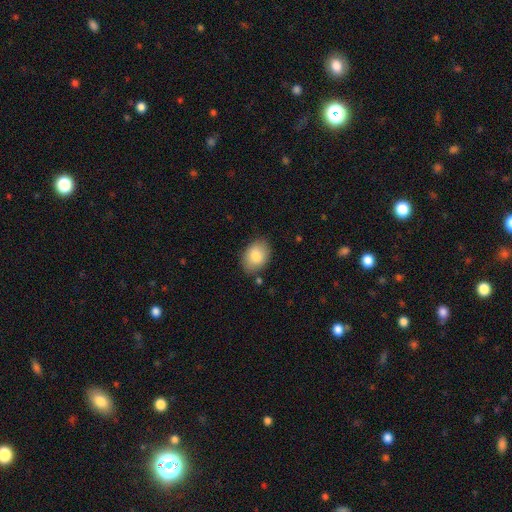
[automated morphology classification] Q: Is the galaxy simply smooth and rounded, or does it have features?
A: smooth — 82%.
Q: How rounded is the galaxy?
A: in between — 81%.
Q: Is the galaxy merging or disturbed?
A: none — 82%.